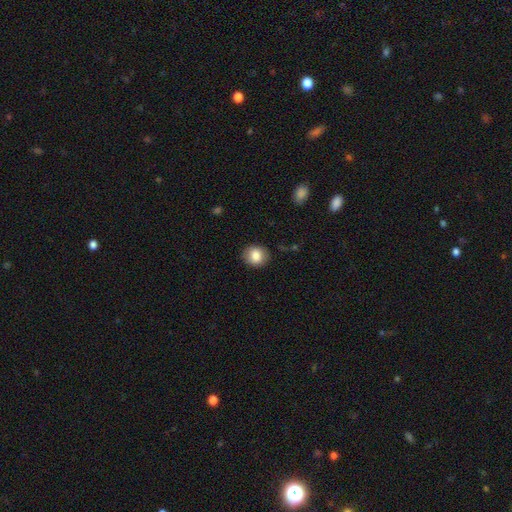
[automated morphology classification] This appears to be a smooth galaxy with no disk features (83%) that is round (74%). Merging: none (88%).